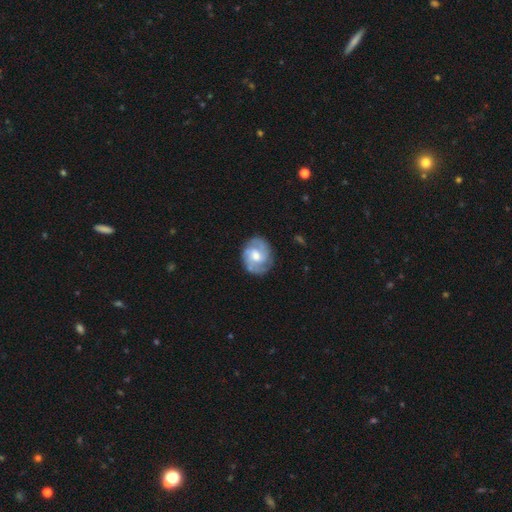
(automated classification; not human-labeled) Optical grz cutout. It shows a featured or disk galaxy (75%) with no bar (49%), 2 (51%) medium (44%) spiral arms (92%) and a moderate central bulge (62%). Merging: none (78%).